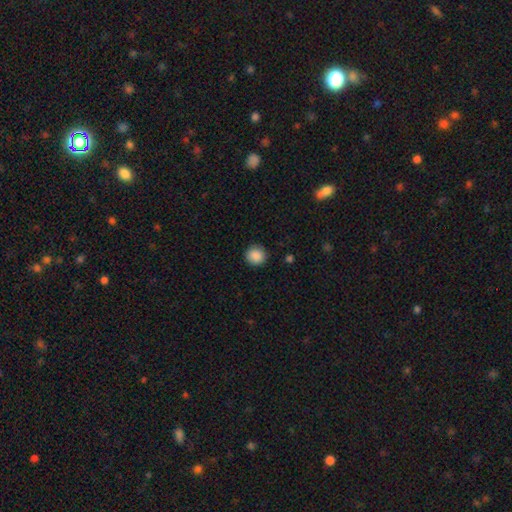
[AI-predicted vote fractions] Smooth or featured? smooth (89%)
How rounded? round (93%)
Merging? none (91%)